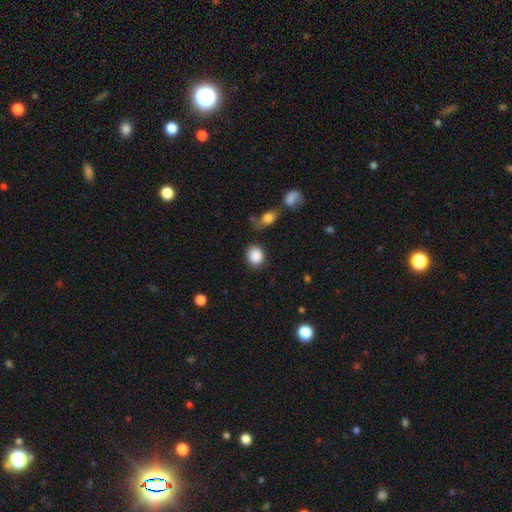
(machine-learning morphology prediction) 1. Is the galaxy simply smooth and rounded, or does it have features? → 88% smooth, 8% star or artifact, 4% featured or disk.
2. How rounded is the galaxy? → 68% round, 30% in between, 1% cigar-shaped.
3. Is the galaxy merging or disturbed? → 80% none, 12% minor disturbance, 4% major disturbance, 4% merger.